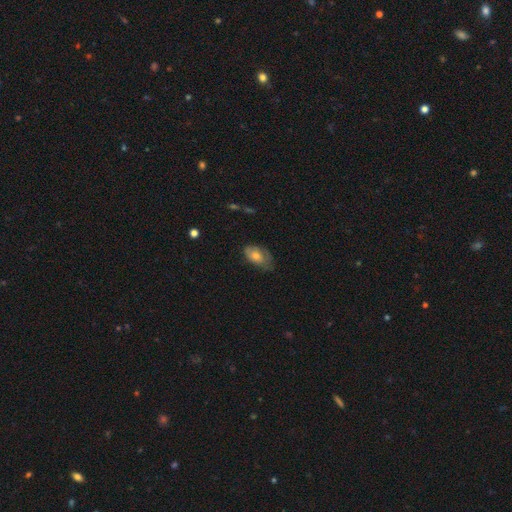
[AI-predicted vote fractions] Morphology: type=smooth (62%); roundness=in between (90%); merging=none (53%).